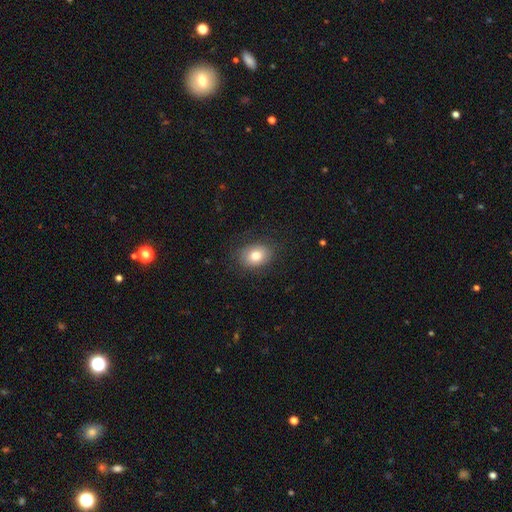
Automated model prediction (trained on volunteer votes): The model was most divided on "how rounded": in between: 61%, round: 38%, cigar-shaped: 1%. More confident: merging — none (82%); smooth or featured — smooth (80%).